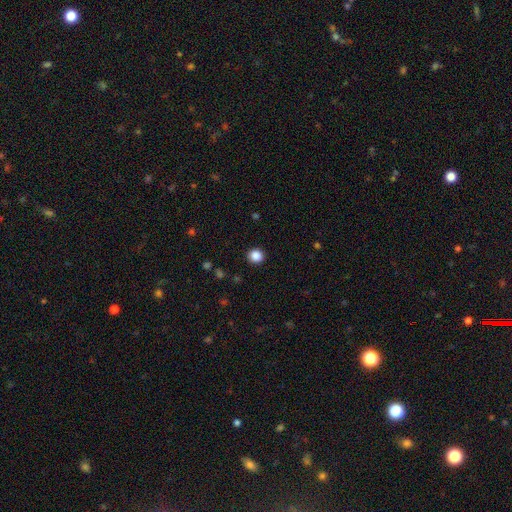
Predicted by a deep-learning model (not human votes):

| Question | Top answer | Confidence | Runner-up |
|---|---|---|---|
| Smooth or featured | smooth | 87% | star or artifact (10%) |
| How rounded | round | 89% | in between (11%) |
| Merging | none | 92% | minor disturbance (5%) |